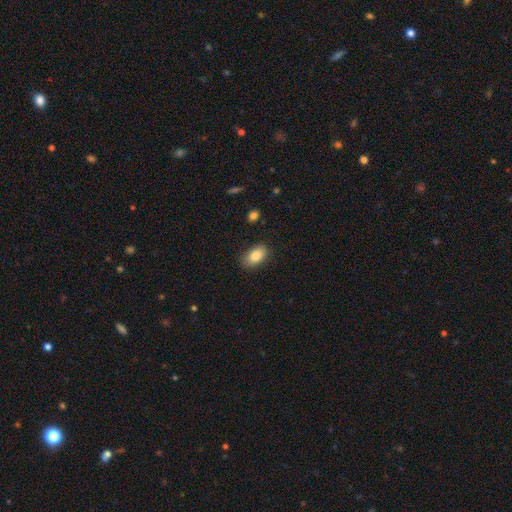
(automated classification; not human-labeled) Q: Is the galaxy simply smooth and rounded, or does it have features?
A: smooth — 86%.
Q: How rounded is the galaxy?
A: in between — 91%.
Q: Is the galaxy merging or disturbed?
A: none — 85%.